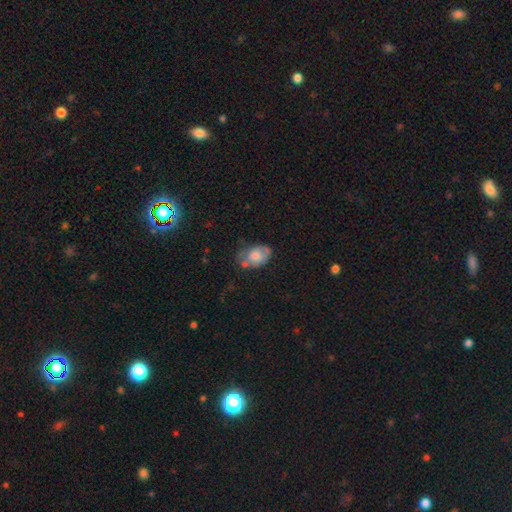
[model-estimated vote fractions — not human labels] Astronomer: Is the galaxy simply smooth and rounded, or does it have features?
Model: smooth — 64%.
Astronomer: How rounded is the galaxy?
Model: in between — 82%.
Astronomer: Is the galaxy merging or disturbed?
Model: none — 45% (runner-up: minor disturbance, 34%).